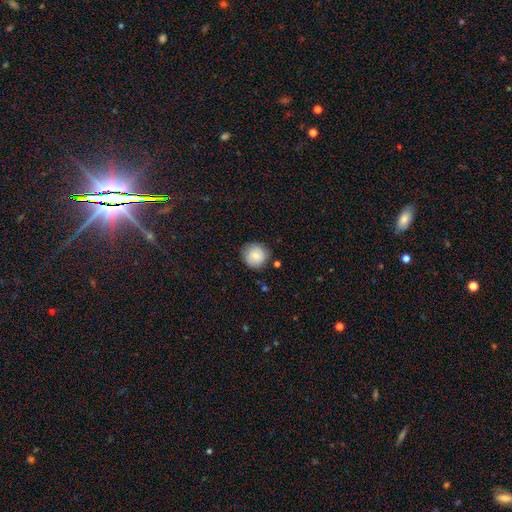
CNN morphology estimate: Smooth or featured? Predicted: smooth (p=0.75). How rounded? Predicted: round (p=0.90). Merging? Predicted: none (p=0.78).